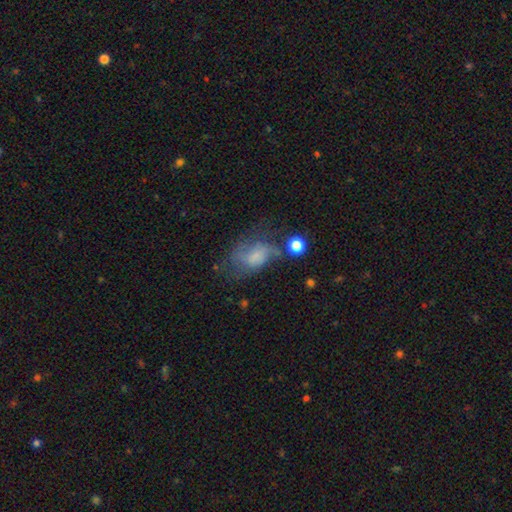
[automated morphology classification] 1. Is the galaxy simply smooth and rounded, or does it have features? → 47% smooth, 40% featured or disk, 13% star or artifact.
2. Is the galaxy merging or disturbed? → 38% major disturbance, 30% none, 24% minor disturbance, 8% merger.